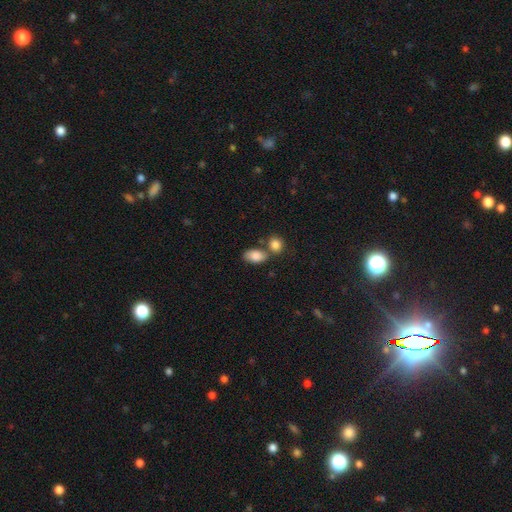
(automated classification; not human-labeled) The model was most divided on "merging": none: 49%, merger: 31%, minor disturbance: 15%, major disturbance: 5%. More confident: how rounded — in between (89%); smooth or featured — smooth (84%).